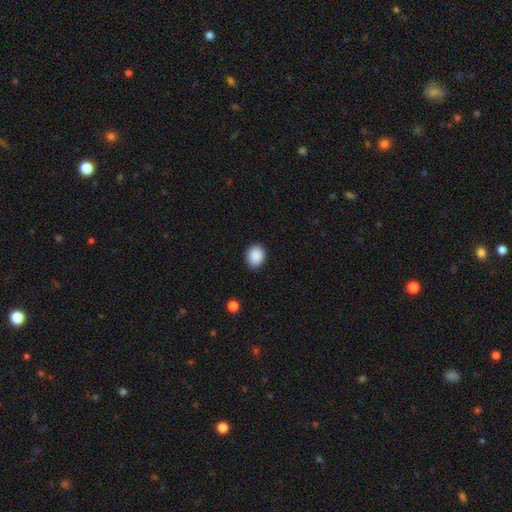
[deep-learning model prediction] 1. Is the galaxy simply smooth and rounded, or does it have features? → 89% smooth, 8% star or artifact, 3% featured or disk.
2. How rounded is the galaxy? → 56% round, 43% in between, 1% cigar-shaped.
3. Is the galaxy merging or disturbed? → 88% none, 9% minor disturbance, 2% major disturbance, 1% merger.